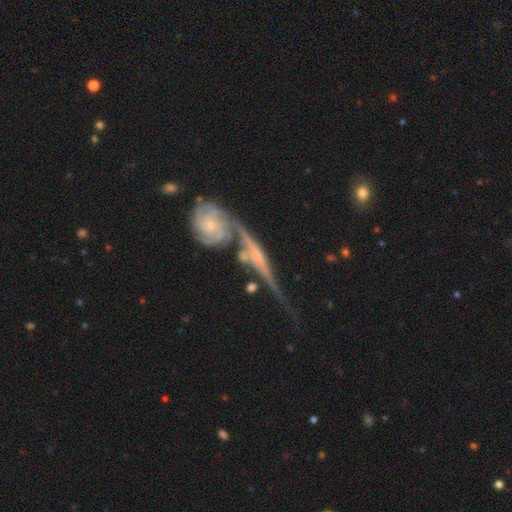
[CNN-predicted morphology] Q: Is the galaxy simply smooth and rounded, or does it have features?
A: featured or disk — 83%.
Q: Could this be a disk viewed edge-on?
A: yes — 59%.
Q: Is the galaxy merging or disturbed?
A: merger — 44%.